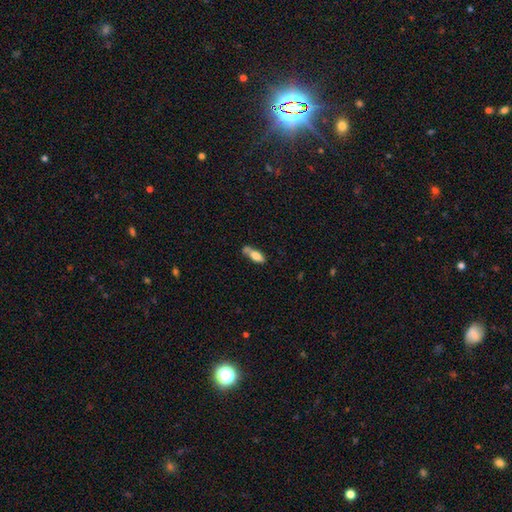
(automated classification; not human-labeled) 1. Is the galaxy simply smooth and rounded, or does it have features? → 76% smooth, 17% featured or disk, 7% star or artifact.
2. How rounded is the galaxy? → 73% in between, 24% cigar-shaped, 3% round.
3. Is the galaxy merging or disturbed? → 42% none, 30% merger, 21% minor disturbance, 8% major disturbance.